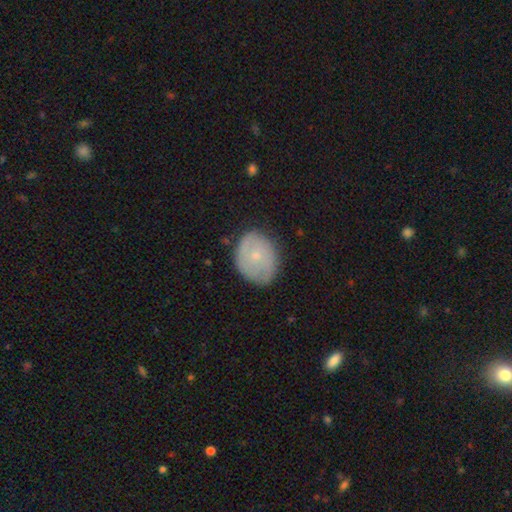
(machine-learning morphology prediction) A smooth galaxy with no disk features (52%) that is round (50%).

Vote fractions:
- Smooth or featured? smooth: 52% / featured or disk: 40% / star or artifact: 7%
- How rounded? round: 50% / in between: 49% / cigar-shaped: 1%
- Merging? none: 73% / minor disturbance: 21% / major disturbance: 5% / merger: 1%